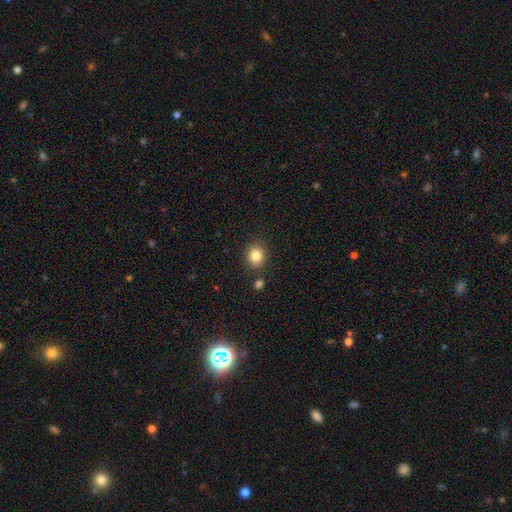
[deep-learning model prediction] The model was most divided on "how rounded": round: 76%, in between: 23%, cigar-shaped: 1%. More confident: merging — none (84%); smooth or featured — smooth (84%).